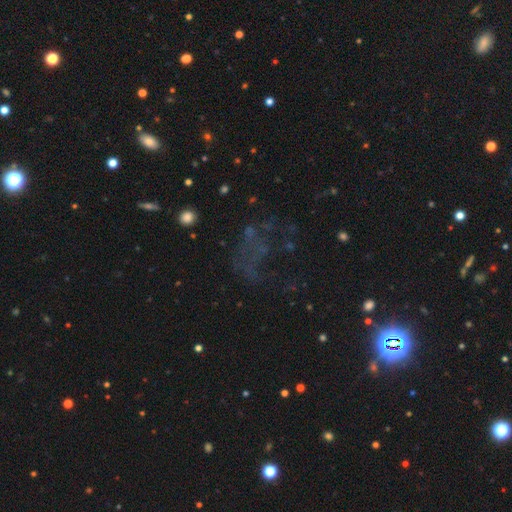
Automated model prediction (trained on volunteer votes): smooth-or-featured: star or artifact: 56% | smooth: 22% | featured or disk: 21%